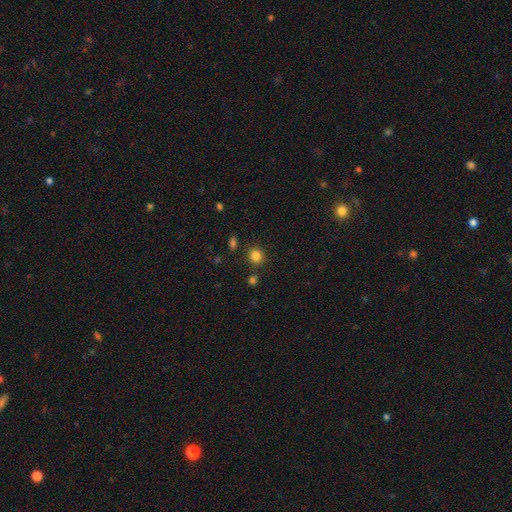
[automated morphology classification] smooth 83%, star or artifact 13%, featured or disk 4%. Down the decision tree: how rounded — round (83%); merging — none (85%).